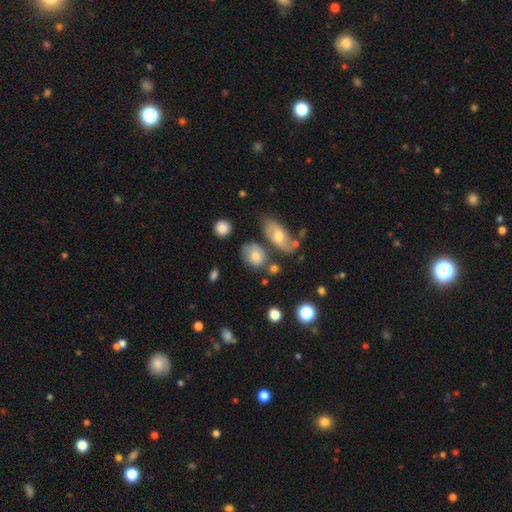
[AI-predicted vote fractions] Smooth or featured: smooth — 73% (featured or disk — 17%)
How rounded: in between — 61% (round — 37%)
Merging: none — 51% (minor disturbance — 22%)